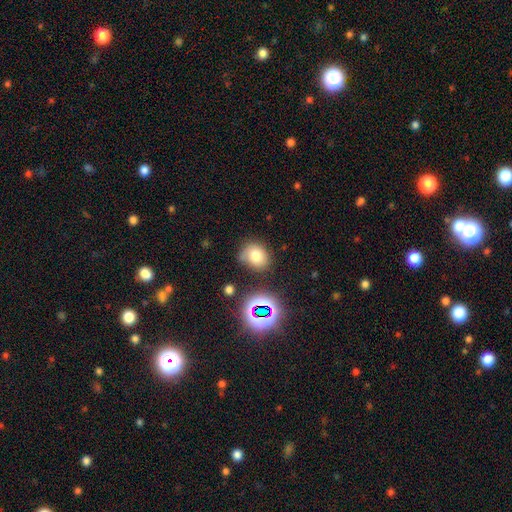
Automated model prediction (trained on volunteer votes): Smooth or featured? Predicted: smooth (p=0.72). How rounded? Predicted: round (p=0.60). Merging? Predicted: none (p=0.66).